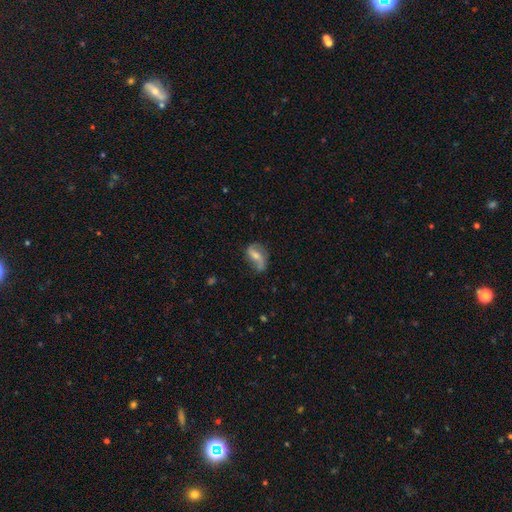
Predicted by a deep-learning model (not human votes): Smooth or featured?
  - featured or disk: 71% *
  - smooth: 20%
  - star or artifact: 9%
Edge-on disk?
  - no: 95% *
  - yes: 5%
Bar?
  - weak: 40% *
  - no: 32%
  - strong: 28%
Spiral arms?
  - yes: 88% *
  - no: 12%
Spiral winding?
  - loose: 63% *
  - medium: 26%
  - tight: 10%
Spiral arm count?
  - 2: 85% *
  - 1: 6%
  - can't tell: 5%
  - 3: 1%
  - 4: 1%
  - more than 4: 1%
Bulge size?
  - moderate: 50% *
  - small: 38%
  - none: 6%
  - large: 5%
  - dominant: 1%
Merging?
  - none: 65% *
  - minor disturbance: 22%
  - major disturbance: 10%
  - merger: 3%